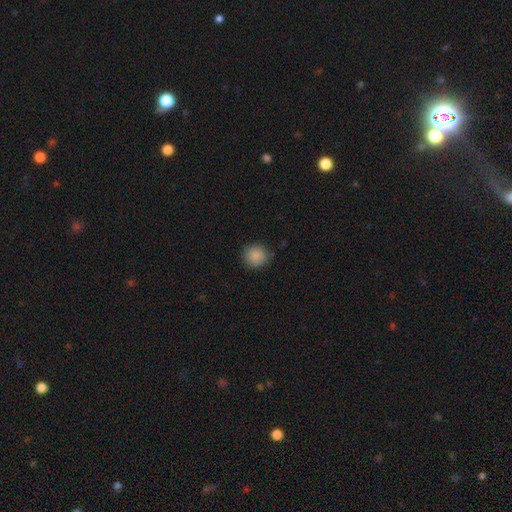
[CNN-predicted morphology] smooth-or-featured: smooth: 88% | star or artifact: 9% | featured or disk: 3%
  how-rounded: round: 91% | in between: 8% | cigar-shaped: 1%
  merging: none: 86% | minor disturbance: 10% | major disturbance: 3% | merger: 1%